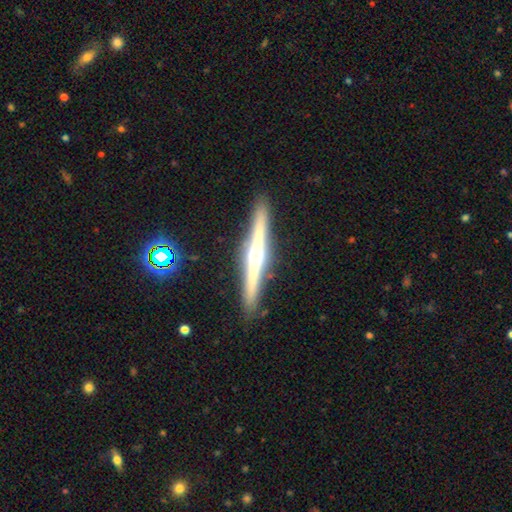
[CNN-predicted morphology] smooth_or_featured: featured or disk (p=0.78) [alt: smooth p=0.16]
disk_edge_on: yes (p=0.98) [alt: no p=0.02]
edge_on_bulge: rounded (p=0.91) [alt: none p=0.06]
merging: none (p=0.91) [alt: minor disturbance p=0.06]